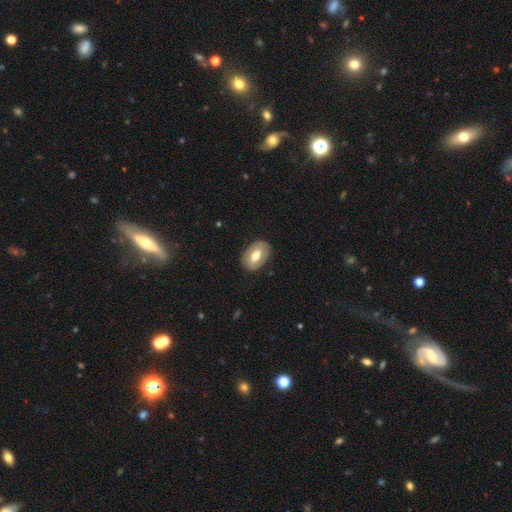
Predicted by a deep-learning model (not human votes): A smooth galaxy with no disk features (59%) that is in between round and cigar-shaped (88%).

Vote fractions:
- Smooth or featured? smooth: 59% / featured or disk: 35% / star or artifact: 6%
- How rounded? in between: 88% / round: 11% / cigar-shaped: 1%
- Merging? none: 83% / minor disturbance: 12% / major disturbance: 3% / merger: 1%